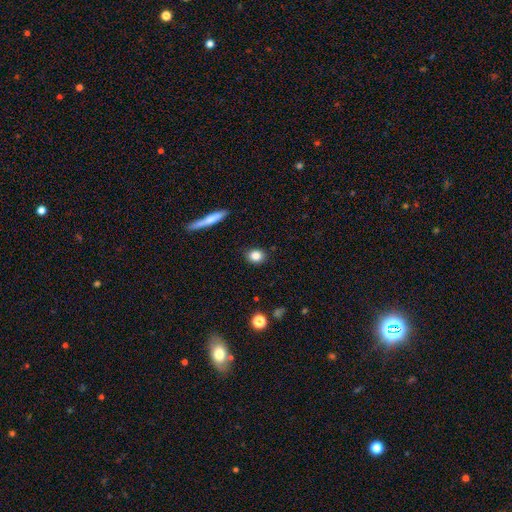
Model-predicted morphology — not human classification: Q: Smooth or featured?
A: smooth (84%); runner-up: star or artifact (9%)
Q: How rounded?
A: round (57%); runner-up: in between (40%)
Q: Merging?
A: none (89%); runner-up: minor disturbance (8%)